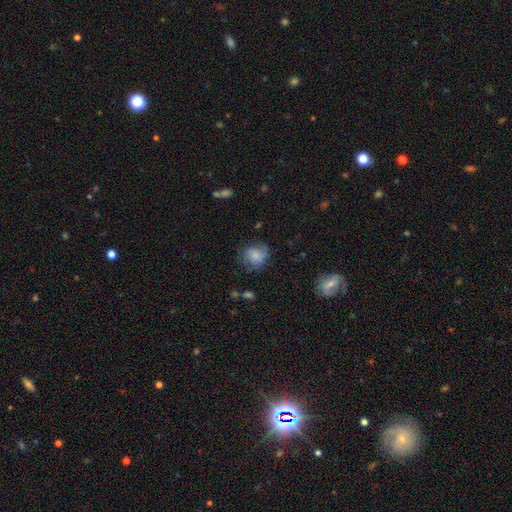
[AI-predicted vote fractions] Smooth or featured: smooth — 68% (featured or disk — 23%)
How rounded: round — 74% (in between — 25%)
Merging: none — 61% (minor disturbance — 25%)